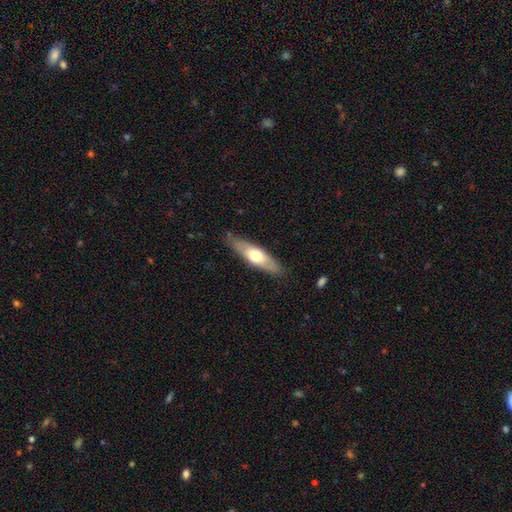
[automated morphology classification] The model was most divided on "smooth or featured": smooth: 52%, featured or disk: 43%, star or artifact: 5%. More confident: merging — none (84%); how rounded — cigar-shaped (62%).